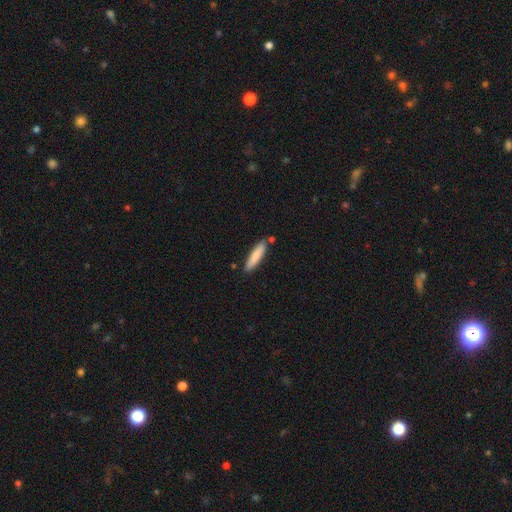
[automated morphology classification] type=smooth (81%); roundness=cigar-shaped (85%); merging=none (78%).